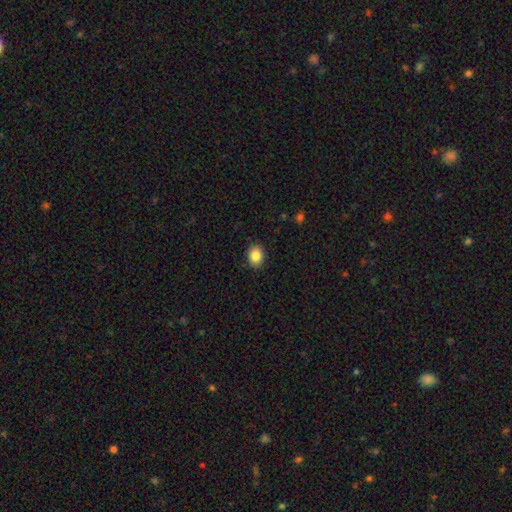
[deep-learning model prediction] Smooth or featured? smooth (86%)
How rounded? in between (56%)
Merging? none (90%)